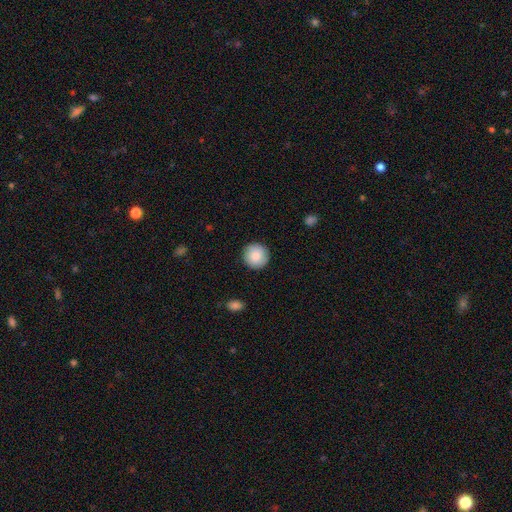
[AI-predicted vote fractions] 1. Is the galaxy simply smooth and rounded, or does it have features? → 87% smooth, 7% star or artifact, 6% featured or disk.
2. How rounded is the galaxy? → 95% round, 4% in between, 1% cigar-shaped.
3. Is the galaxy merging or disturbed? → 91% none, 7% minor disturbance, 2% major disturbance, 1% merger.